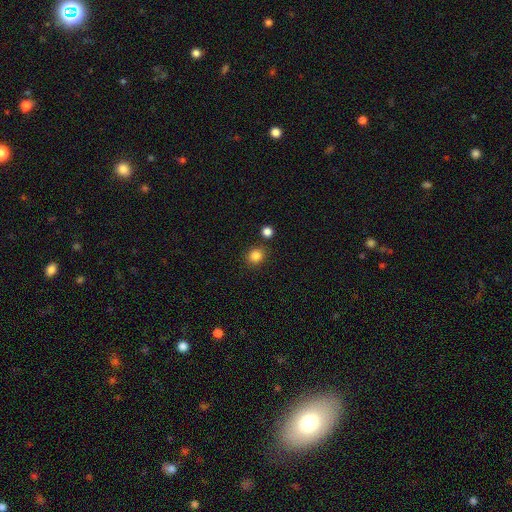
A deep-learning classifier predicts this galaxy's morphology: smooth 84%, star or artifact 11%, featured or disk 4%. Down the decision tree: how rounded — round (85%); merging — none (84%).